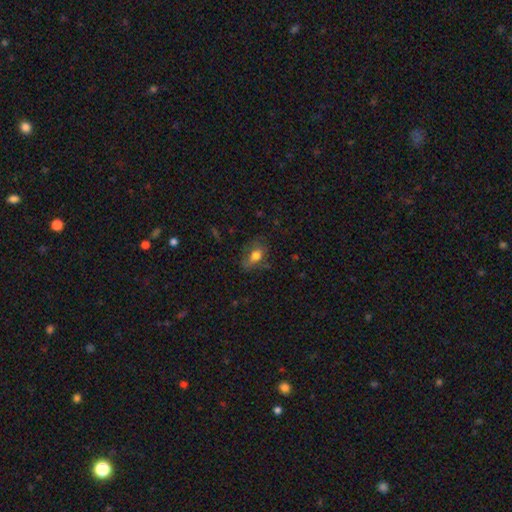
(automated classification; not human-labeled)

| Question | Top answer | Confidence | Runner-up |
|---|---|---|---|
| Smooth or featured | smooth | 71% | featured or disk (19%) |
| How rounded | in between | 80% | round (17%) |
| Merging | none | 60% | minor disturbance (26%) |